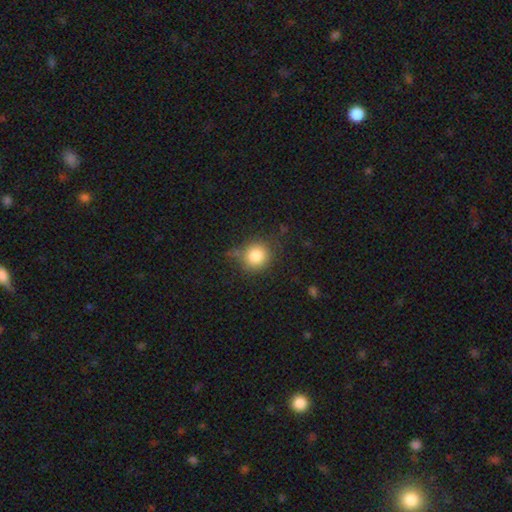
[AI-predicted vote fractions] A smooth galaxy with no disk features (83%) that is round (88%). Merging: none (74%).